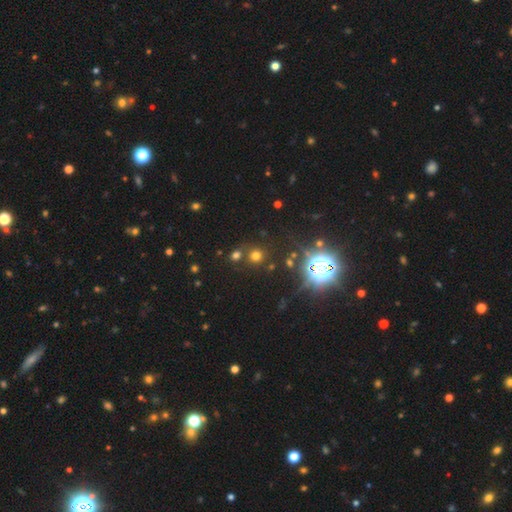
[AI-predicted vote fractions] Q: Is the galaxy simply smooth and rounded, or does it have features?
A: smooth — 61%.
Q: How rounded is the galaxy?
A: round — 90%.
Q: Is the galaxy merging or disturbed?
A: none — 77%.